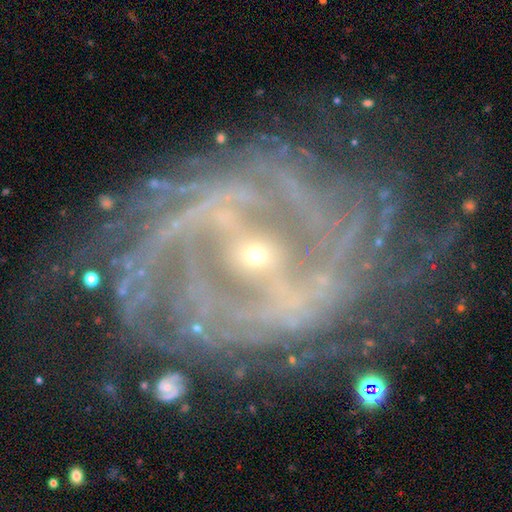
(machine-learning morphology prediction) Q: Smooth or featured?
A: featured or disk (89%); runner-up: star or artifact (7%)
Q: Edge-on disk?
A: no (97%); runner-up: yes (3%)
Q: Bar?
A: strong (45%); runner-up: weak (29%)
Q: Spiral arms?
A: yes (95%); runner-up: no (5%)
Q: Spiral winding?
A: tight (60%); runner-up: medium (31%)
Q: Spiral arm count?
A: 2 (29%); runner-up: can't tell (23%)
Q: Bulge size?
A: small (81%); runner-up: moderate (15%)
Q: Merging?
A: none (63%); runner-up: minor disturbance (19%)